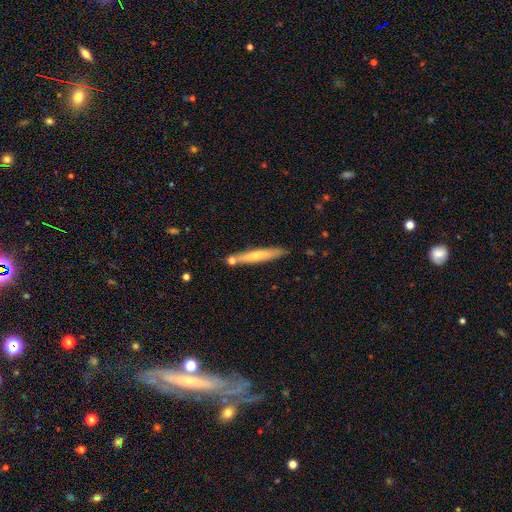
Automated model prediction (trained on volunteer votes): Smooth or featured?
  - smooth: 52% *
  - featured or disk: 42%
  - star or artifact: 6%
How rounded?
  - cigar-shaped: 93% *
  - in between: 5%
  - round: 1%
Merging?
  - none: 78% *
  - minor disturbance: 12%
  - merger: 8%
  - major disturbance: 2%